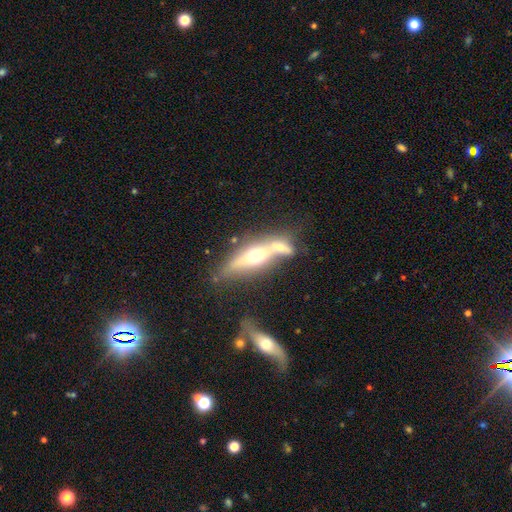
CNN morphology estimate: smooth_or_featured: featured or disk (p=0.61) [alt: smooth p=0.32]
disk_edge_on: yes (p=0.79) [alt: no p=0.21]
merging: none (p=0.40) [alt: merger p=0.38]